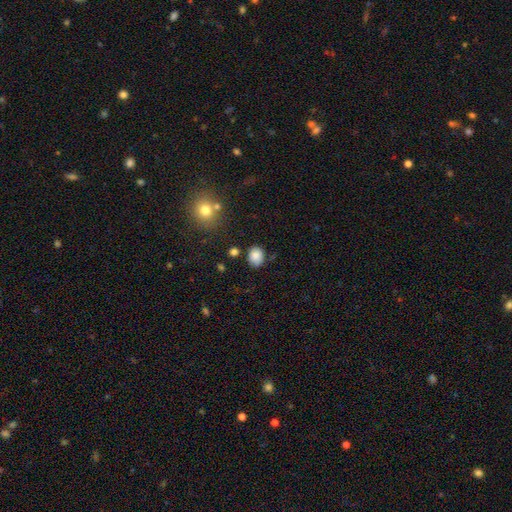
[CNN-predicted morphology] smooth_or_featured: smooth (p=0.85) [alt: star or artifact p=0.10]
how_rounded: round (p=0.51) [alt: in between p=0.48]
merging: none (p=0.78) [alt: minor disturbance p=0.14]